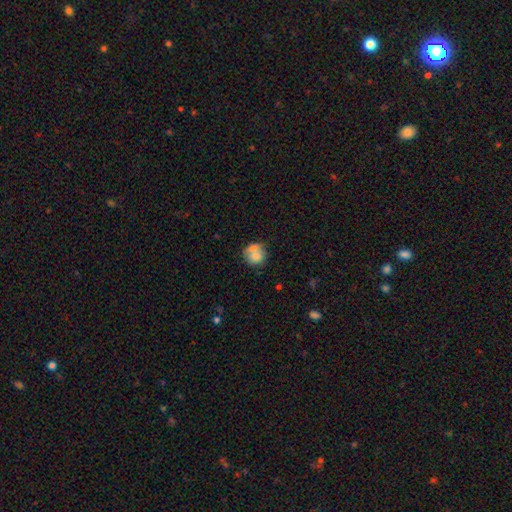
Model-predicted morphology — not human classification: smooth-or-featured: smooth: 70% | featured or disk: 22% | star or artifact: 8%
  how-rounded: round: 76% | in between: 23% | cigar-shaped: 1%
  merging: merger: 46% | none: 35% | minor disturbance: 13% | major disturbance: 5%